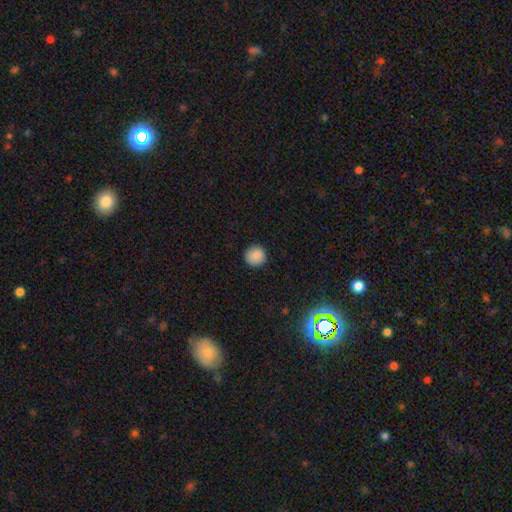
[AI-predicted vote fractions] This appears to be a smooth galaxy with no disk features (88%) that is round (94%). Merging: none (92%).